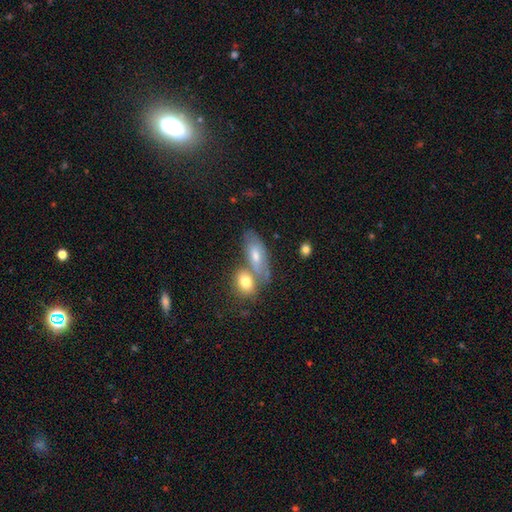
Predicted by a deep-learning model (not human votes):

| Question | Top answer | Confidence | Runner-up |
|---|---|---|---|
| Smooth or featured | smooth | 59% | featured or disk (33%) |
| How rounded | in between | 83% | cigar-shaped (12%) |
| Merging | merger | 40% | tied: none (40%) |